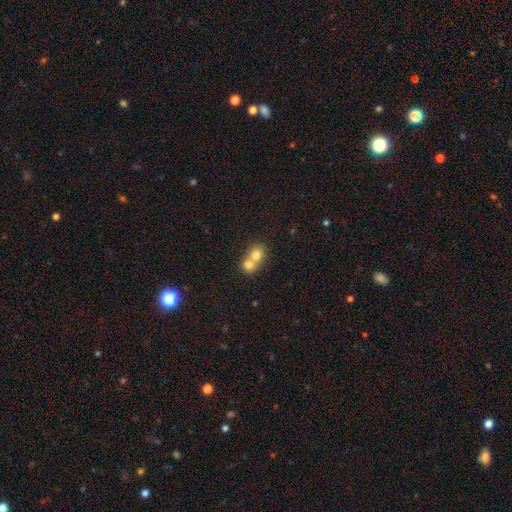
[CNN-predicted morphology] Overall: smooth (74%). How rounded: round (71%). Merging: merger (71%).